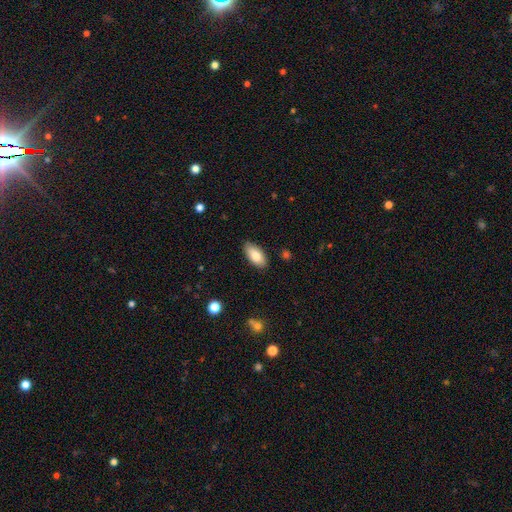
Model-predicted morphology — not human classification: Smooth or featured: smooth — 83% (featured or disk — 11%)
How rounded: in between — 92% (cigar-shaped — 6%)
Merging: none — 86% (minor disturbance — 11%)